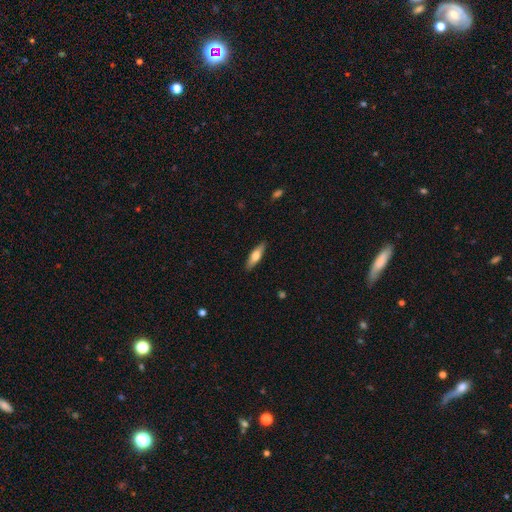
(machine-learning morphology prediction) Overall: smooth (61%; featured or disk 34%). How rounded: cigar-shaped (55%; in between 43%). Merging: none (88%).